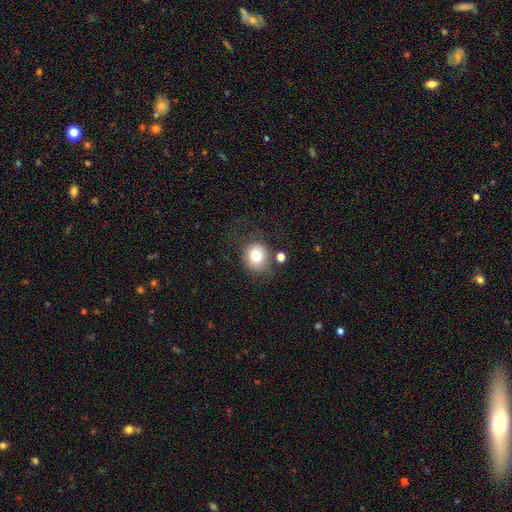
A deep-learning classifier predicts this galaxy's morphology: type=smooth (77%); roundness=round (72%); merging=none (64%).